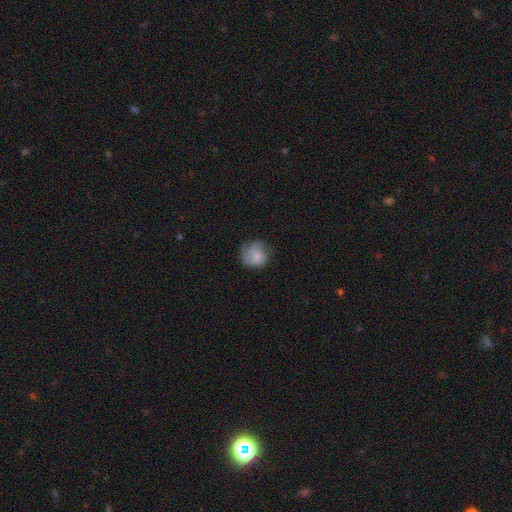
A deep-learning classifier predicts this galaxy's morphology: A smooth galaxy with no disk features (71%) that is round (79%). Merging: none (56%).